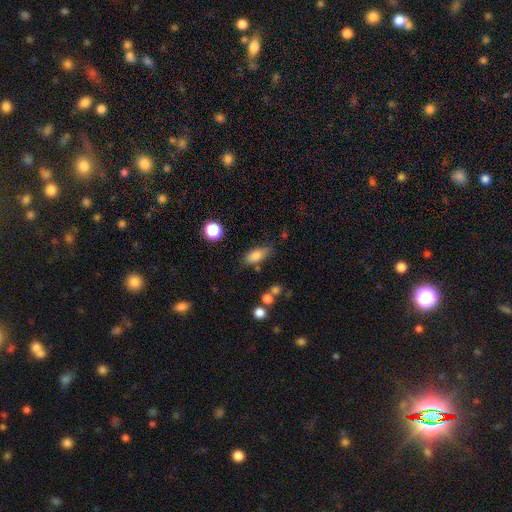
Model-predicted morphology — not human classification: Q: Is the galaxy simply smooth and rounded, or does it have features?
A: smooth — 82%.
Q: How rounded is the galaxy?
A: in between — 83%.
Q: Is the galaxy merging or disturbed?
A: none — 65%.